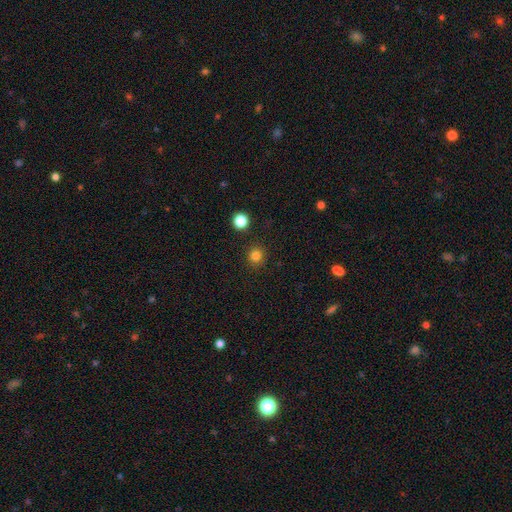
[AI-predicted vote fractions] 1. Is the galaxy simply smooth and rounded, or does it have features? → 81% smooth, 14% star or artifact, 5% featured or disk.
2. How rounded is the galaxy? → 94% round, 5% in between, 1% cigar-shaped.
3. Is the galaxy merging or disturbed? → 91% none, 5% minor disturbance, 2% major disturbance, 2% merger.